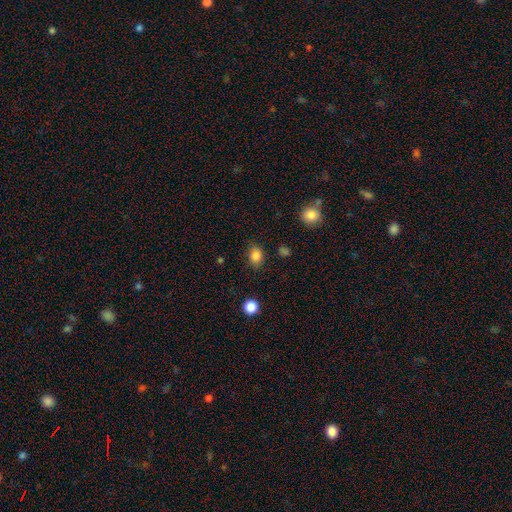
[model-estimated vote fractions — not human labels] Smooth or featured? Predicted: smooth (p=0.84). How rounded? Predicted: in between (p=0.57). Merging? Predicted: none (p=0.80).